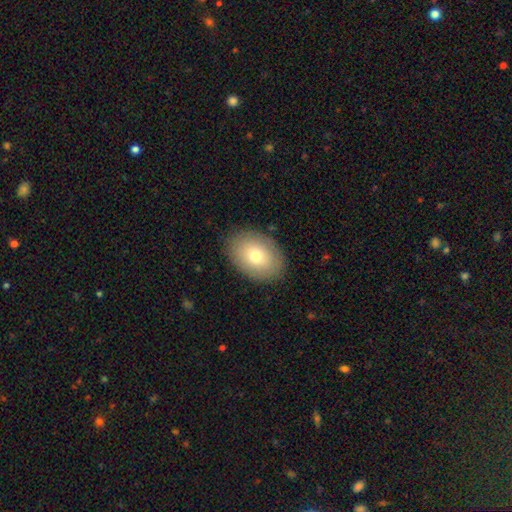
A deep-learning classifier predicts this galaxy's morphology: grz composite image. It shows a smooth galaxy with no disk features (75%) that is in between round and cigar-shaped (79%). Merging: none (88%).